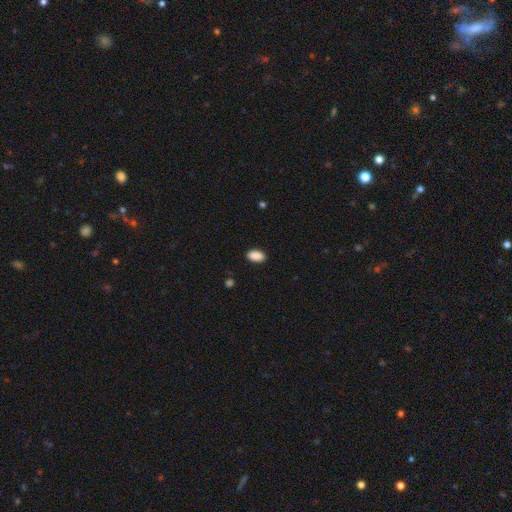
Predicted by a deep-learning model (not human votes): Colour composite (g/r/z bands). It shows a smooth galaxy with no disk features (90%) that is in between round and cigar-shaped (94%). Merging: none (89%).